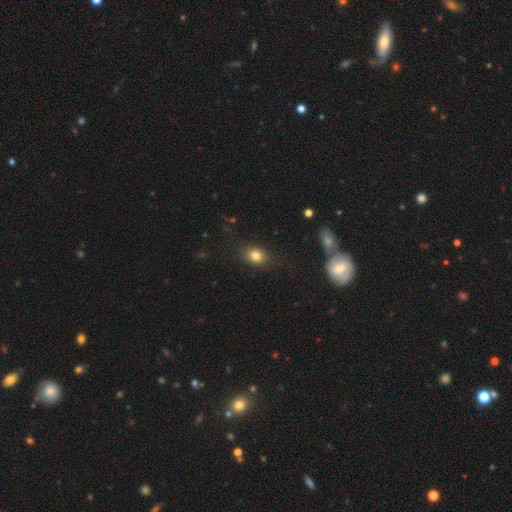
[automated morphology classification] Overall: smooth (80%). How rounded: in between (53%; round 45%). Merging: none (81%).